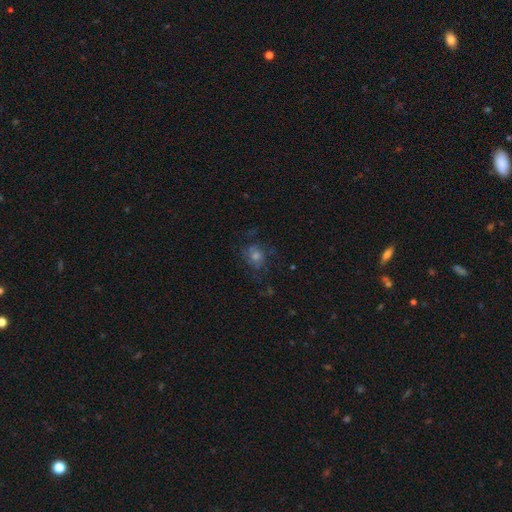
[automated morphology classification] Overall: featured or disk (40%; smooth 36%). Merging: none (65%).